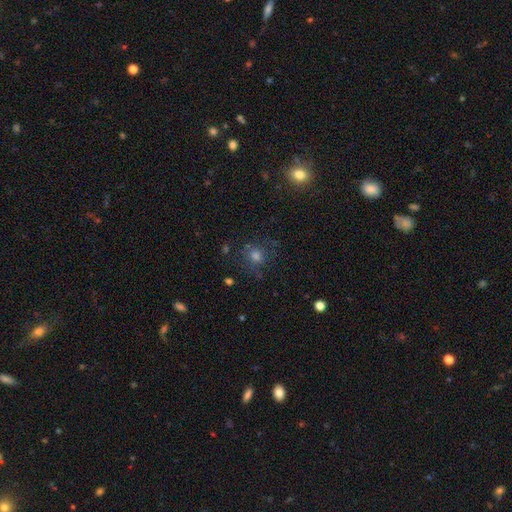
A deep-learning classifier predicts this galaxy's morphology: Smooth or featured? smooth (57%)
How rounded? round (86%)
Merging? none (76%)